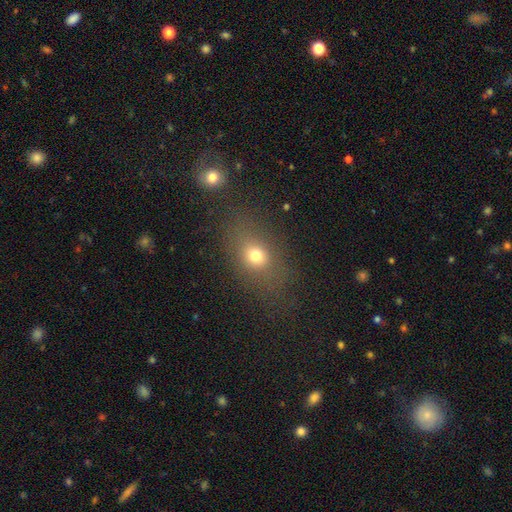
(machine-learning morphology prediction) A smooth galaxy with no disk features (70%) that is in between round and cigar-shaped (56%). Merging: none (72%).